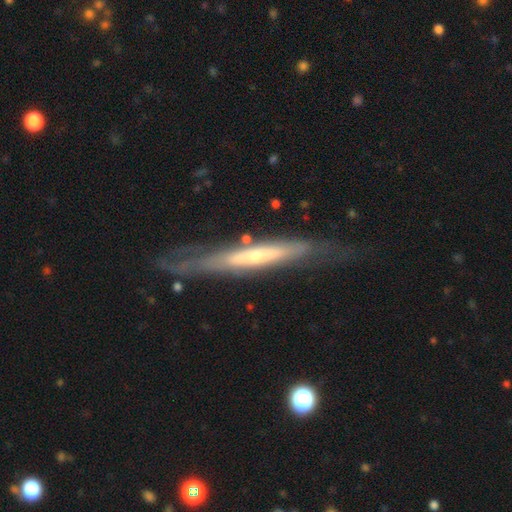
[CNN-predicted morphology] Smooth or featured? featured or disk (72%)
Edge-on disk? yes (73%)
Edge-on bulge? rounded (54%)
Merging? none (69%)